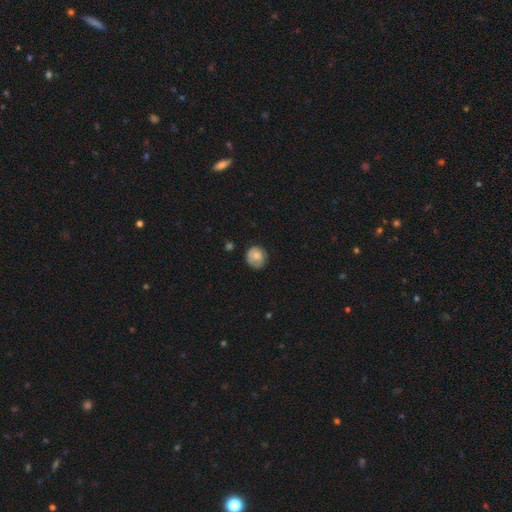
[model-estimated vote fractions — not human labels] Q: Smooth or featured?
A: smooth (72%); runner-up: featured or disk (21%)
Q: How rounded?
A: round (81%); runner-up: in between (18%)
Q: Merging?
A: none (69%); runner-up: minor disturbance (24%)